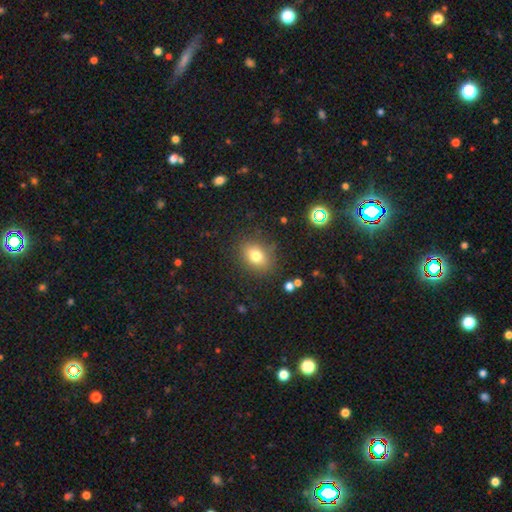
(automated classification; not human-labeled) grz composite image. It shows a smooth galaxy with no disk features (76%) that is in between round and cigar-shaped (54%). Merging: none (82%).